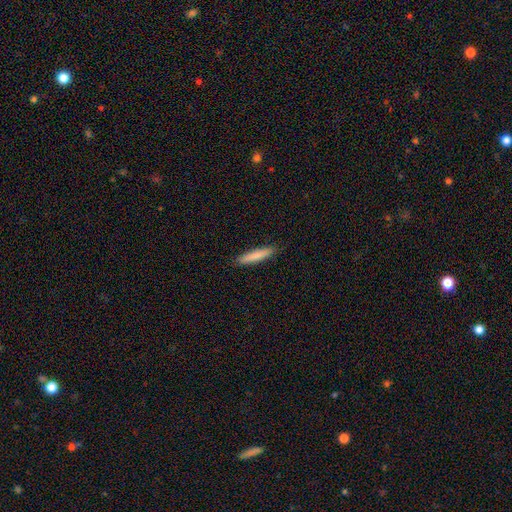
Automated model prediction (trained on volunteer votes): Smooth or featured? smooth (81%)
How rounded? cigar-shaped (89%)
Merging? none (90%)